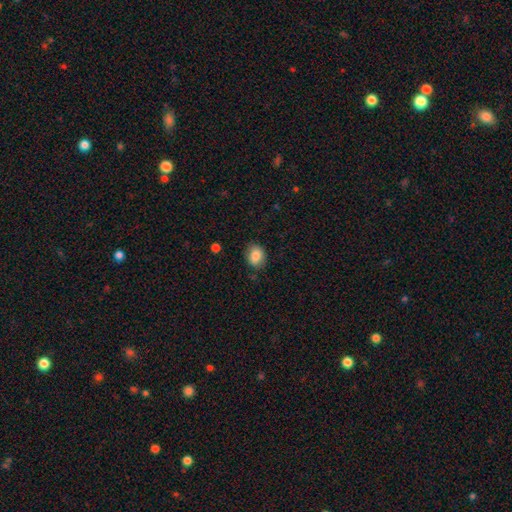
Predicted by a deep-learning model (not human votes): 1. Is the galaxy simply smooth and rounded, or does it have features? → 84% smooth, 8% star or artifact, 7% featured or disk.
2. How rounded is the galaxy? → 58% in between, 41% round, 1% cigar-shaped.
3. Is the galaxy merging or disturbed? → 81% none, 14% minor disturbance, 3% major disturbance, 1% merger.